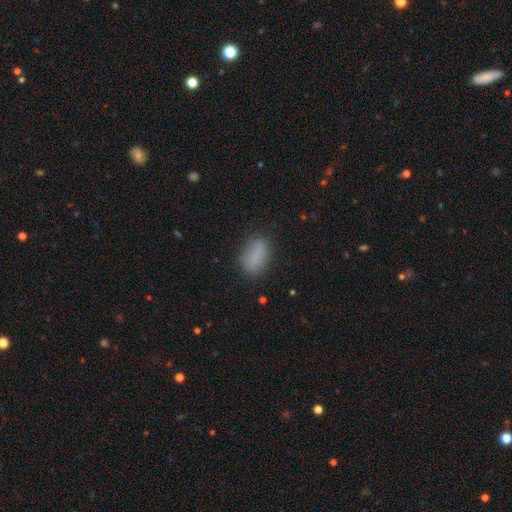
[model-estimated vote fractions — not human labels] smooth-or-featured: smooth: 84% | star or artifact: 9% | featured or disk: 7%
  how-rounded: in between: 87% | round: 6% | cigar-shaped: 6%
  merging: none: 81% | minor disturbance: 14% | major disturbance: 4% | merger: 1%